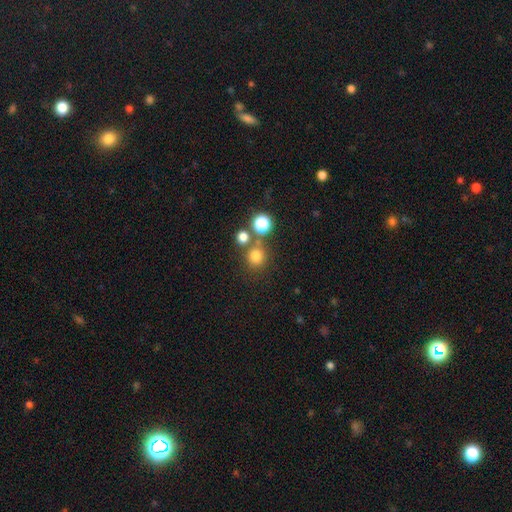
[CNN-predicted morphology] Overall: smooth (75%). How rounded: round (91%). Merging: none (71%).